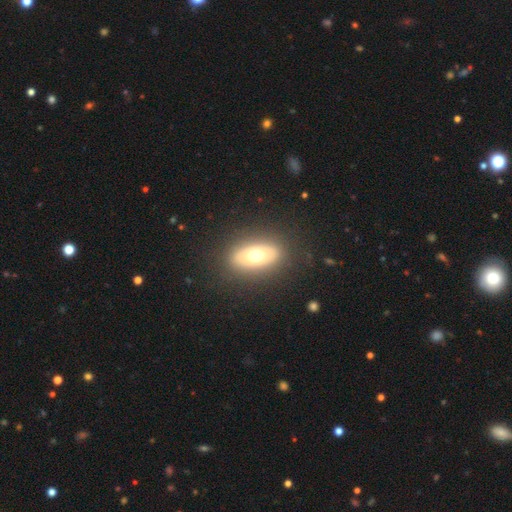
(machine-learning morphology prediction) A smooth galaxy with no disk features (58%) that is in between round and cigar-shaped (86%).

Vote fractions:
- Smooth or featured? smooth: 58% / featured or disk: 34% / star or artifact: 8%
- How rounded? in between: 86% / round: 8% / cigar-shaped: 6%
- Merging? none: 85% / minor disturbance: 10% / major disturbance: 4% / merger: 1%